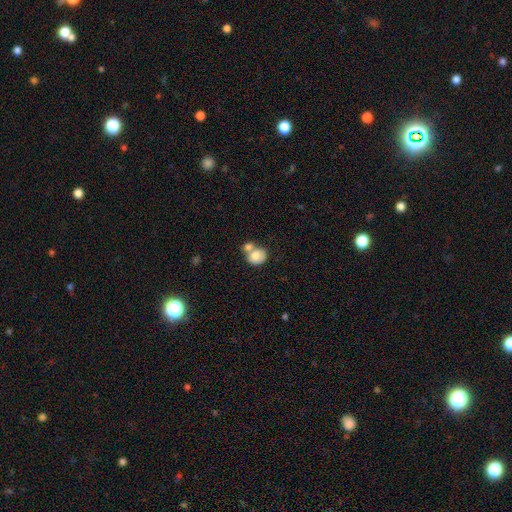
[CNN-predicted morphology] smooth-or-featured: smooth: 77% | featured or disk: 15% | star or artifact: 8%
  how-rounded: round: 66% | in between: 33% | cigar-shaped: 1%
  merging: merger: 50% | none: 35% | minor disturbance: 11% | major disturbance: 4%